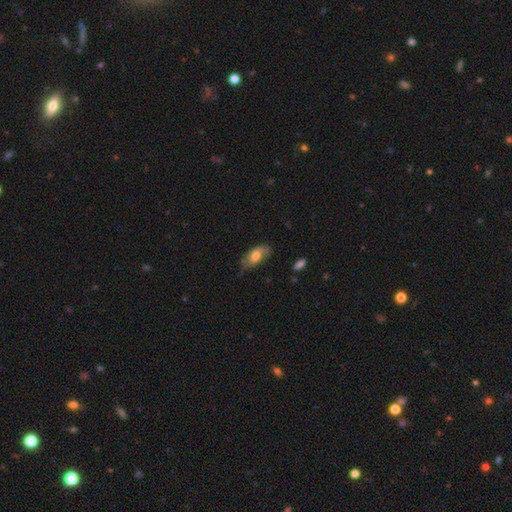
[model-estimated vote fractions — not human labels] A smooth galaxy with no disk features (61%) that is in between round and cigar-shaped (89%). Merging: none (55%).